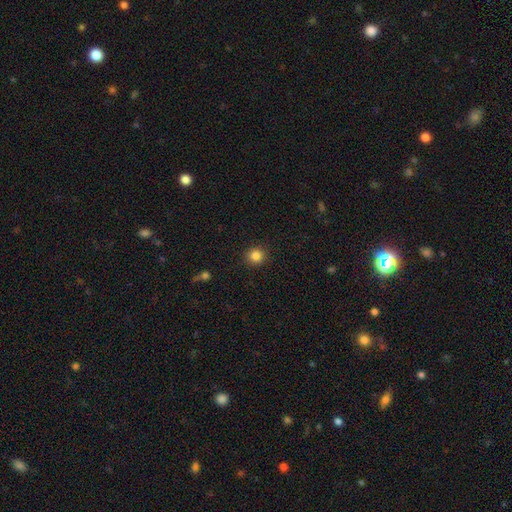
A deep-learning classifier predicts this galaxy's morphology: A smooth galaxy with no disk features (84%) that is round (92%).

Vote fractions:
- Smooth or featured? smooth: 84% / star or artifact: 11% / featured or disk: 4%
- How rounded? round: 92% / in between: 7% / cigar-shaped: 1%
- Merging? none: 91% / minor disturbance: 6% / major disturbance: 2% / merger: 1%